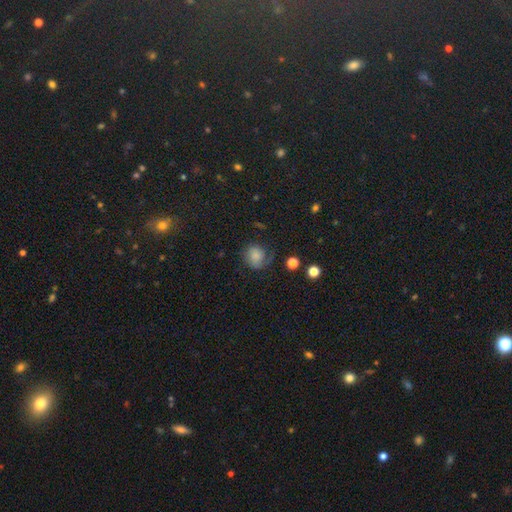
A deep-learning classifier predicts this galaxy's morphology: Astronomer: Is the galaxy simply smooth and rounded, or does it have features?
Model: smooth — 64%.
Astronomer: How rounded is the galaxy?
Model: round — 75%.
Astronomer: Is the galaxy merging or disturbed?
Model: none — 50% (runner-up: minor disturbance, 25%).